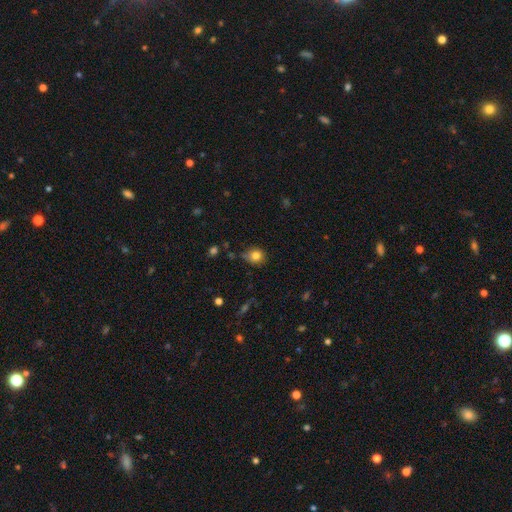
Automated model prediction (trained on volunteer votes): The model was most divided on "merging": none: 68%, minor disturbance: 24%, major disturbance: 5%, merger: 3%. More confident: smooth or featured — smooth (82%); how rounded — round (76%).